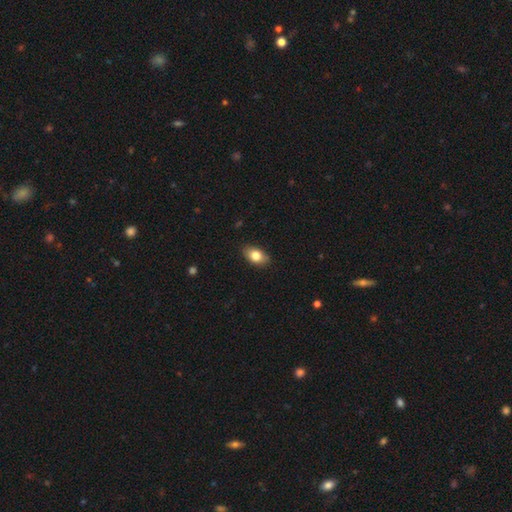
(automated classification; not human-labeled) smooth 79%, featured or disk 13%, star or artifact 7%. Down the decision tree: how rounded — in between (89%); merging — none (86%).